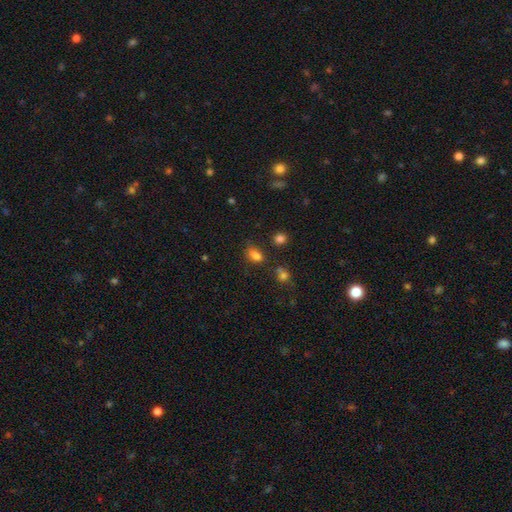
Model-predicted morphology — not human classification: This is likely a smooth galaxy (77%). How rounded: likely in between (79%). Merging: likely none (61%).